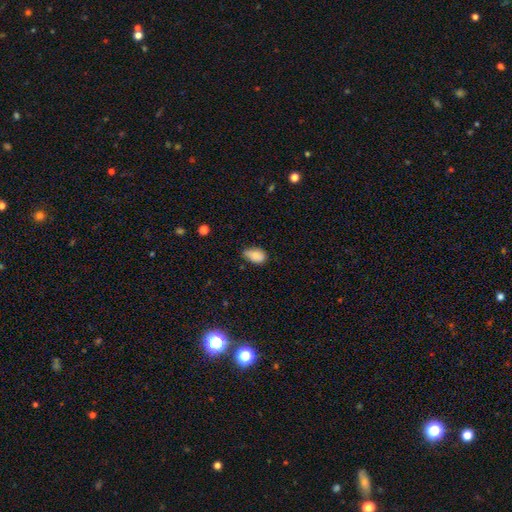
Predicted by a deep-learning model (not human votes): Smooth or featured? Predicted: smooth (p=0.84). How rounded? Predicted: in between (p=0.89). Merging? Predicted: none (p=0.48).